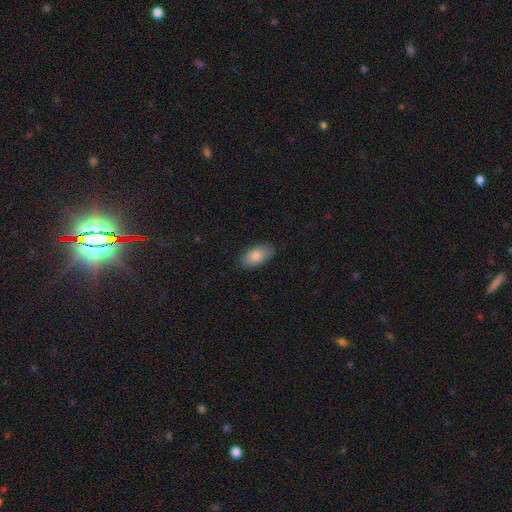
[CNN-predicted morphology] Smooth or featured?
  - smooth: 80% *
  - featured or disk: 13%
  - star or artifact: 7%
How rounded?
  - in between: 93% *
  - cigar-shaped: 4%
  - round: 3%
Merging?
  - none: 86% *
  - minor disturbance: 11%
  - major disturbance: 2%
  - merger: 1%